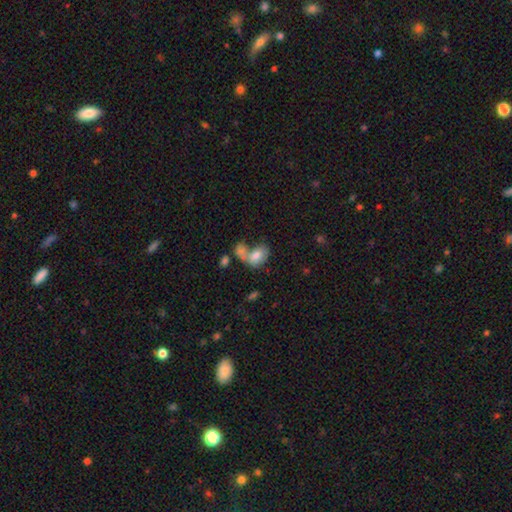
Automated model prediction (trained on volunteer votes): Morphology: type=smooth (74%); roundness=in between (82%); merging=merger (56%).